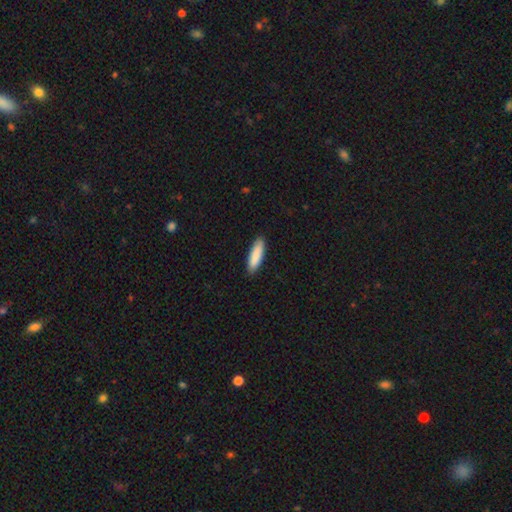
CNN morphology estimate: smooth_or_featured: smooth (p=0.89) [alt: featured or disk p=0.06]
how_rounded: cigar-shaped (p=0.64) [alt: in between p=0.34]
merging: none (p=0.90) [alt: minor disturbance p=0.08]